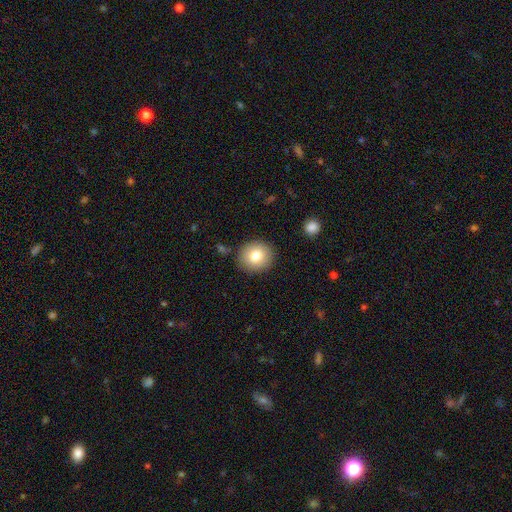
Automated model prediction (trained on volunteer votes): Smooth or featured?
  - smooth: 79% *
  - featured or disk: 11%
  - star or artifact: 9%
How rounded?
  - round: 83% *
  - in between: 16%
  - cigar-shaped: 1%
Merging?
  - none: 87% *
  - minor disturbance: 8%
  - major disturbance: 2%
  - merger: 2%